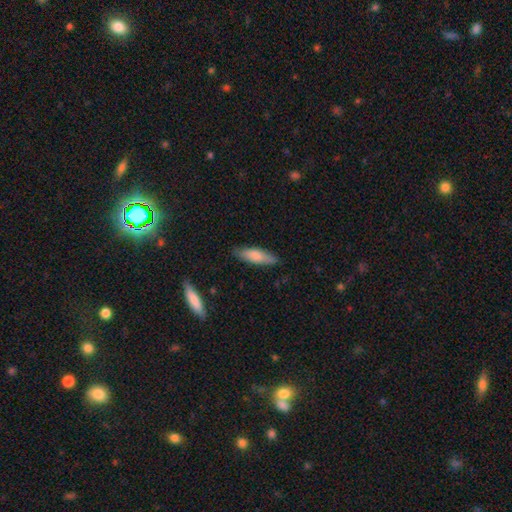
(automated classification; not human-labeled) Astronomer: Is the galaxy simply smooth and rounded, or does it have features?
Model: smooth — 78%.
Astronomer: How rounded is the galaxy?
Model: cigar-shaped — 53% (runner-up: in between, 45%).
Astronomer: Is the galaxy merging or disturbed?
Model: none — 83%.